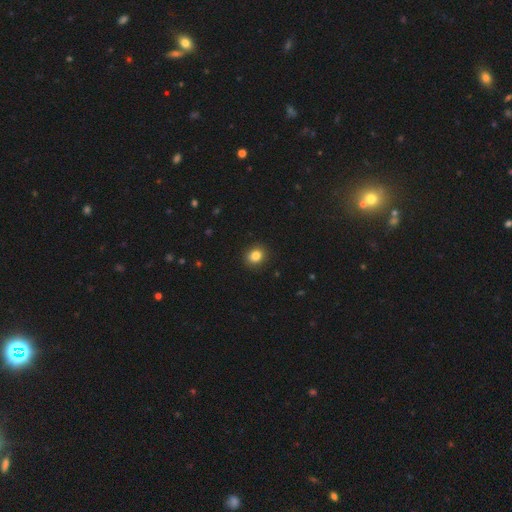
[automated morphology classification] Smooth or featured? Predicted: smooth (p=0.84). How rounded? Predicted: round (p=0.67). Merging? Predicted: none (p=0.91).